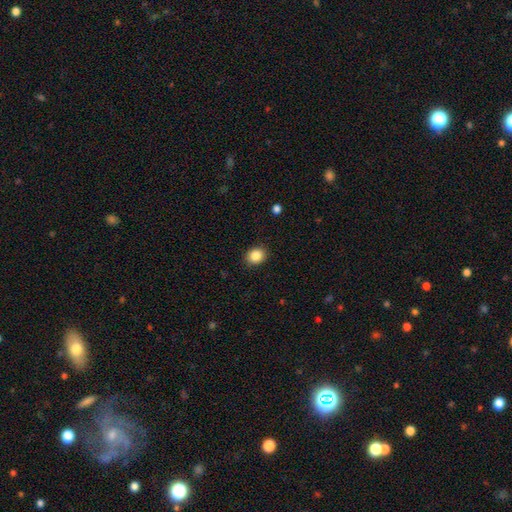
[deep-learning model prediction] A smooth galaxy with no disk features (86%) that is round (62%).

Vote fractions:
- Smooth or featured? smooth: 86% / star or artifact: 9% / featured or disk: 4%
- How rounded? round: 62% / in between: 37% / cigar-shaped: 1%
- Merging? none: 89% / minor disturbance: 7% / major disturbance: 2% / merger: 1%